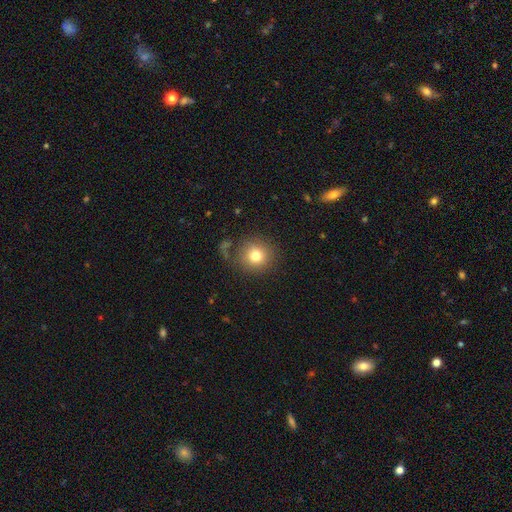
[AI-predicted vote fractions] smooth_or_featured: smooth (p=0.78) [alt: star or artifact p=0.12]
how_rounded: round (p=0.90) [alt: in between p=0.09]
merging: none (p=0.77) [alt: minor disturbance p=0.12]